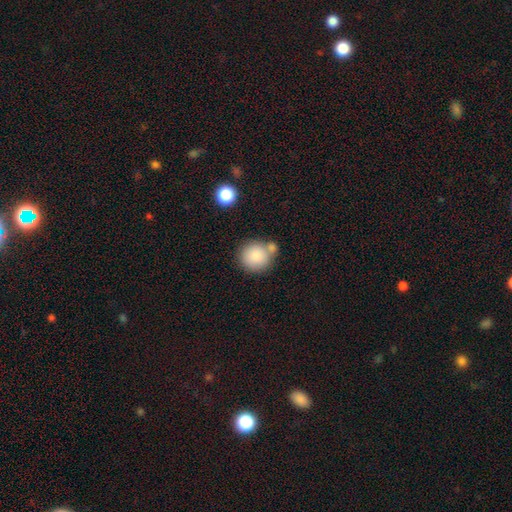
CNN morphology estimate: Smooth or featured? smooth (84%)
How rounded? round (90%)
Merging? none (59%)